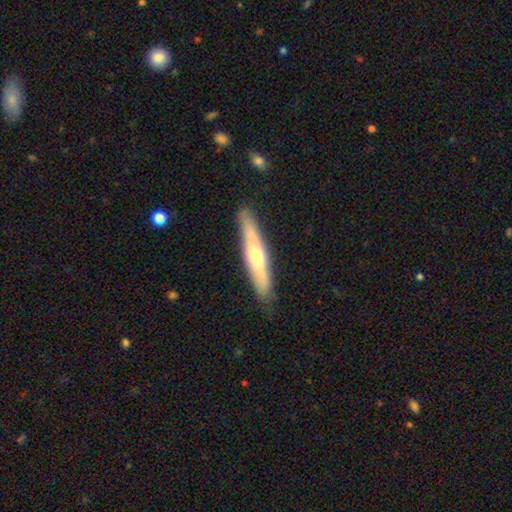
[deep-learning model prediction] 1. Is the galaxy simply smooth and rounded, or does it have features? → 48% featured or disk, 47% smooth, 5% star or artifact.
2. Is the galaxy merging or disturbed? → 87% none, 10% minor disturbance, 2% major disturbance, 1% merger.